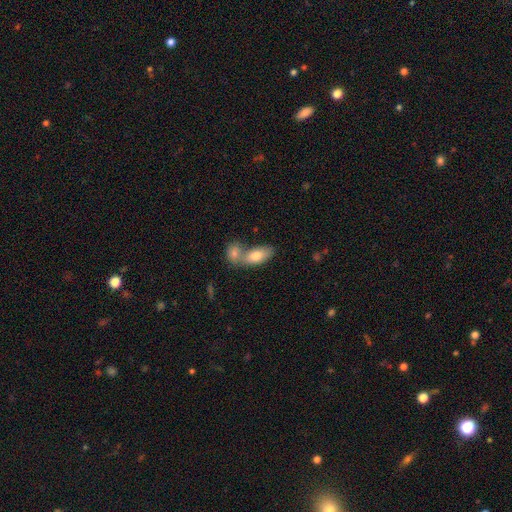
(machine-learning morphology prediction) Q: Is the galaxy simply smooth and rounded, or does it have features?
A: smooth — 78%.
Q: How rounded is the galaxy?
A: in between — 89%.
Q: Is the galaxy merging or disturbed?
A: merger — 56%.